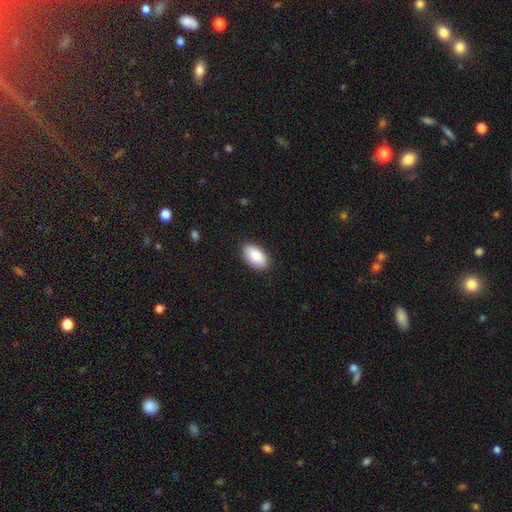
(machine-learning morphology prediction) This is clearly a smooth galaxy (87%). How rounded: clearly in between (95%). Merging: clearly none (88%).